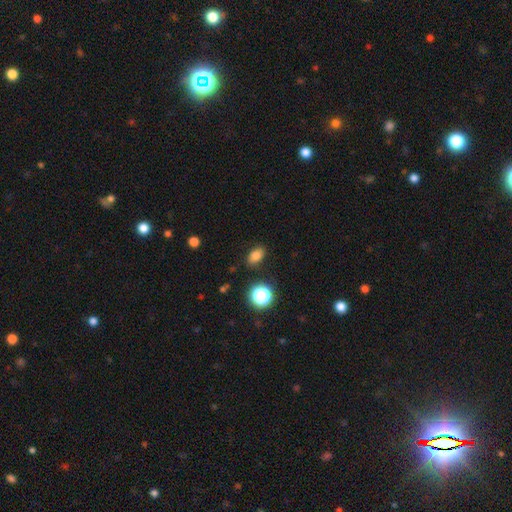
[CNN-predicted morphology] smooth 77%, star or artifact 14%, featured or disk 9%. Down the decision tree: how rounded — in between (81%); merging — none (85%).